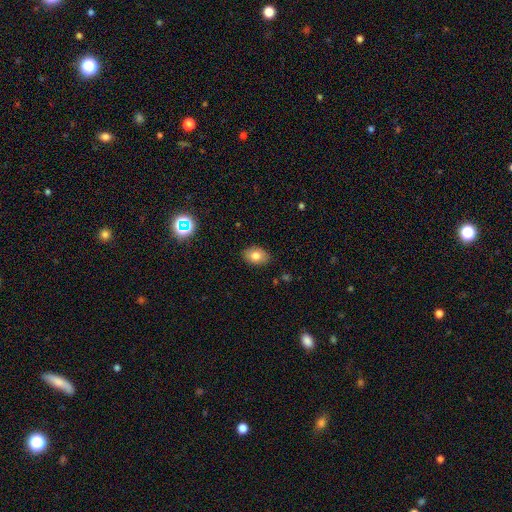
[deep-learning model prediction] smooth-or-featured: smooth: 79% | featured or disk: 11% | star or artifact: 10%
  how-rounded: in between: 81% | round: 18% | cigar-shaped: 1%
  merging: none: 86% | minor disturbance: 10% | major disturbance: 2% | merger: 1%